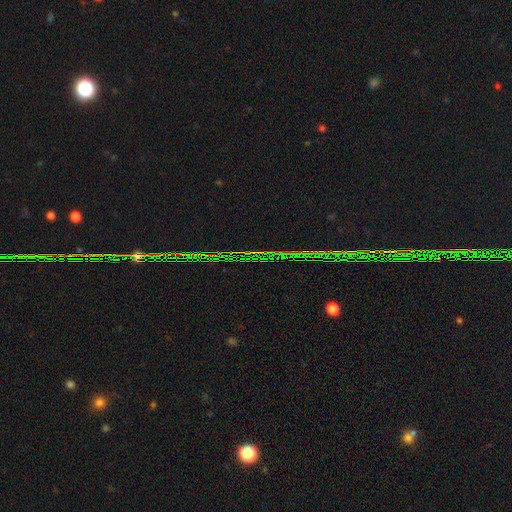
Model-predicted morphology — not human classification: star or artifact 86%, featured or disk 7%, smooth 7%.